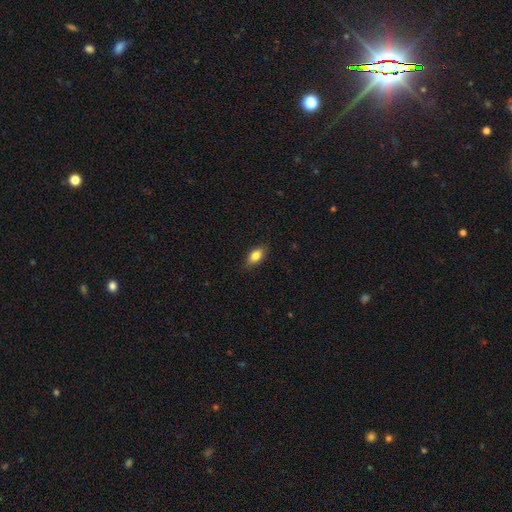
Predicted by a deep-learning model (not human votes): Overall: smooth (83%). How rounded: in between (86%). Merging: none (82%).